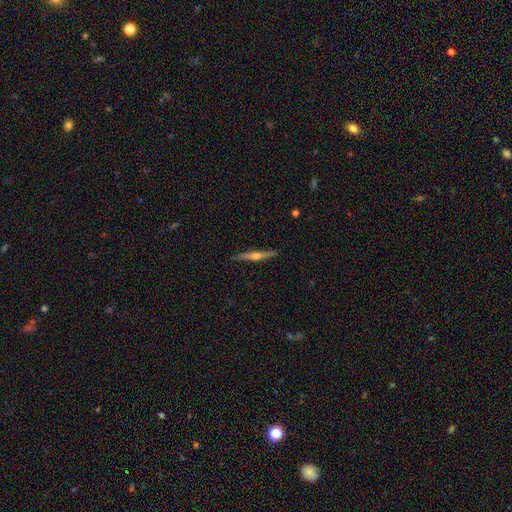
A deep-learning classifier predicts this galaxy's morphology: This is likely a featured or disk galaxy (67%). It is clearly viewed edge-on (97%). Edge-on bulge: clearly rounded (88%). Merging: clearly none (89%).